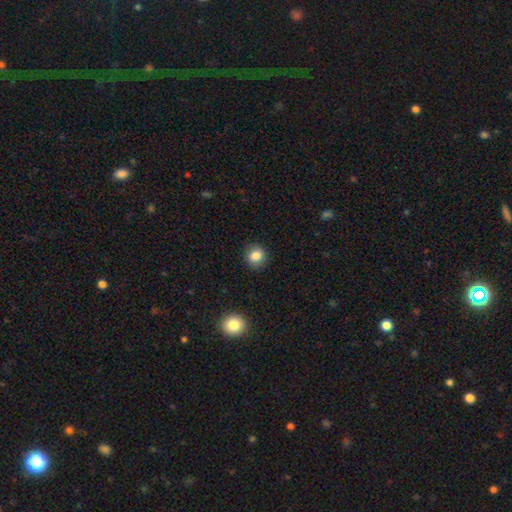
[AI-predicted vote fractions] The model was most divided on "how rounded": round: 84%, in between: 15%, cigar-shaped: 1%. More confident: merging — none (89%); smooth or featured — smooth (84%).